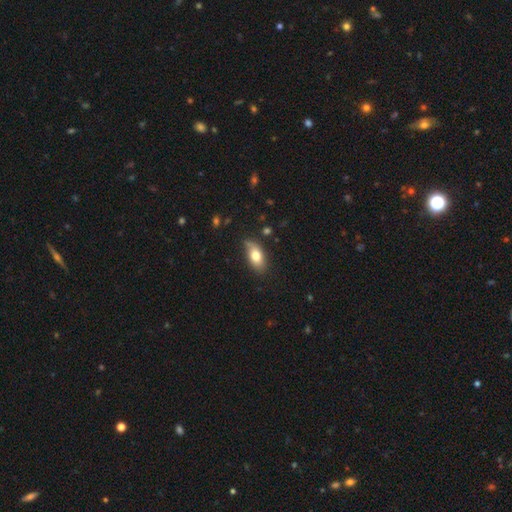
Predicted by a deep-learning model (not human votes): Q: Smooth or featured?
A: smooth (74%); runner-up: featured or disk (18%)
Q: How rounded?
A: in between (89%); runner-up: cigar-shaped (6%)
Q: Merging?
A: none (70%); runner-up: minor disturbance (23%)